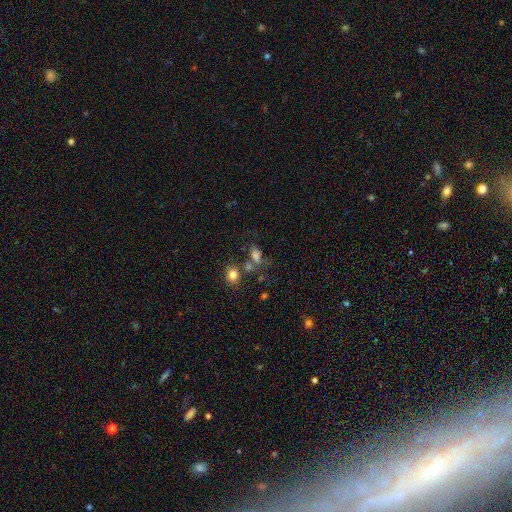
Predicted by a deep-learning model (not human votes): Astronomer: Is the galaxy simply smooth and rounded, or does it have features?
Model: smooth — 71%.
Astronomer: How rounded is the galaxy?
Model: in between — 75%.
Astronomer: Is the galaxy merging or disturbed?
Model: none — 46% (runner-up: merger, 24%).